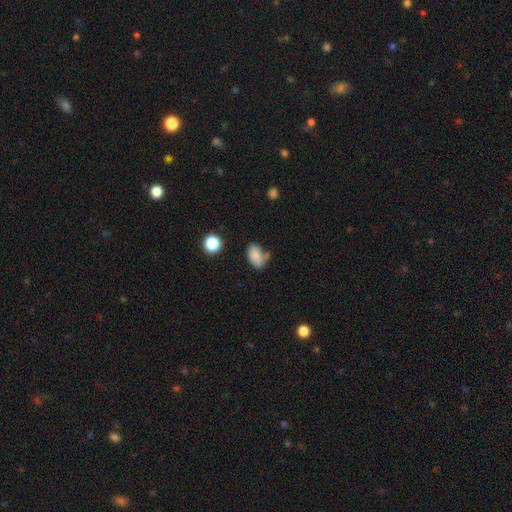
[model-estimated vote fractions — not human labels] smooth-or-featured: smooth: 84% | star or artifact: 9% | featured or disk: 7%
  how-rounded: in between: 89% | round: 9% | cigar-shaped: 2%
  merging: none: 55% | minor disturbance: 24% | merger: 14% | major disturbance: 7%